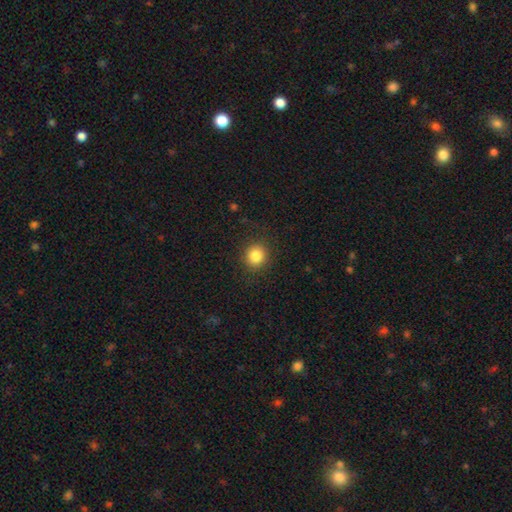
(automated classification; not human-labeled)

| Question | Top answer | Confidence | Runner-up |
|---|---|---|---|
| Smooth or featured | smooth | 84% | star or artifact (11%) |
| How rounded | round | 88% | in between (11%) |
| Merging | none | 88% | minor disturbance (8%) |